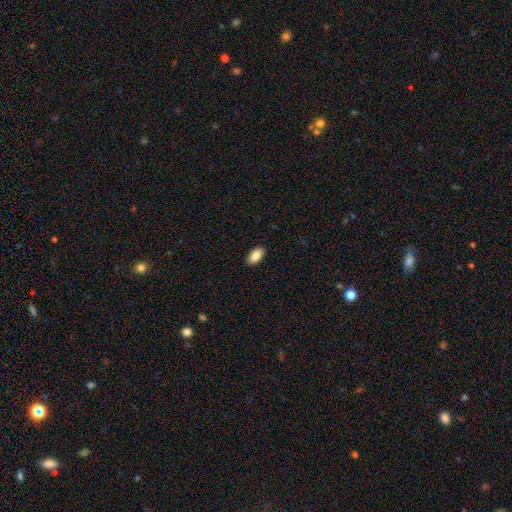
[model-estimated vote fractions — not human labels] smooth_or_featured: smooth (p=0.88) [alt: star or artifact p=0.07]
how_rounded: in between (p=0.94) [alt: round p=0.03]
merging: none (p=0.89) [alt: minor disturbance p=0.08]